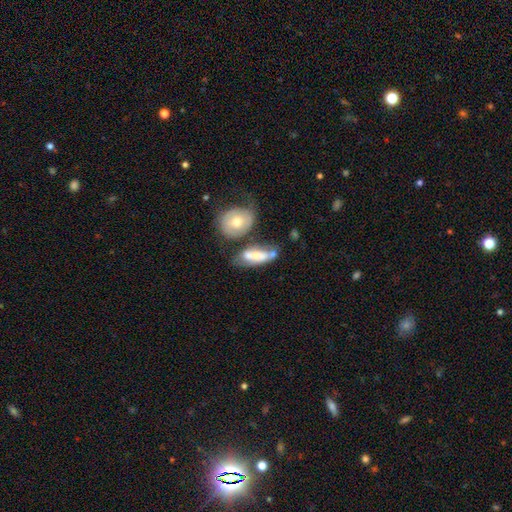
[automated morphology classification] A smooth galaxy with no disk features (53%) that is in between round and cigar-shaped (74%).

Vote fractions:
- Smooth or featured? smooth: 53% / featured or disk: 41% / star or artifact: 6%
- How rounded? in between: 74% / cigar-shaped: 22% / round: 5%
- Merging? none: 37% / merger: 30% / minor disturbance: 21% / major disturbance: 12%